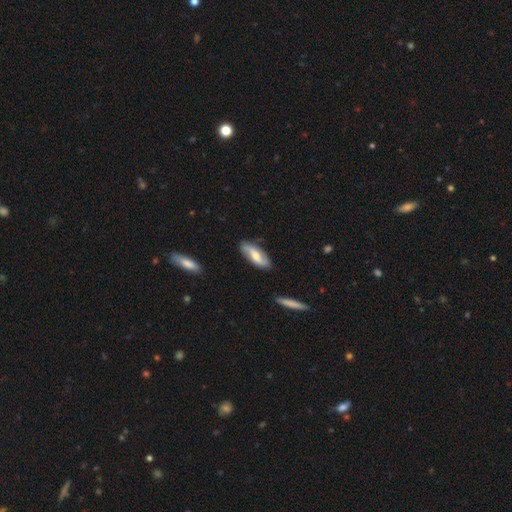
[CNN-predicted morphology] smooth-or-featured: featured or disk: 57% | smooth: 37% | star or artifact: 6%
  disk-edge-on: no: 87% | yes: 13%
    bar: weak: 41% | no: 38% | strong: 21%
    has-spiral-arms: yes: 87% | no: 13%
    bulge-size: moderate: 60% | small: 29% | large: 6% | none: 3% | dominant: 1%
  merging: none: 82% | minor disturbance: 13% | major disturbance: 3% | merger: 2%